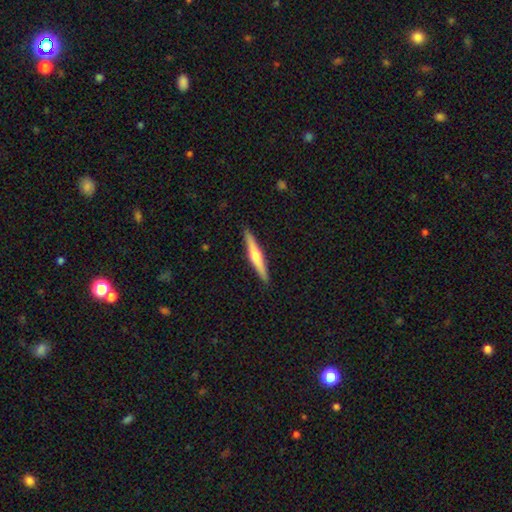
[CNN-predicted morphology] Smooth or featured? Predicted: featured or disk (p=0.60). Edge-on disk? Predicted: yes (p=0.97). Edge-on bulge? Predicted: rounded (p=0.89). Merging? Predicted: none (p=0.91).